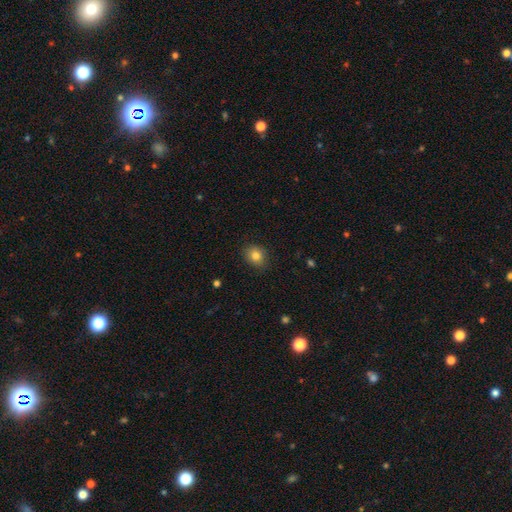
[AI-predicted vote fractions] smooth 82%, star or artifact 10%, featured or disk 8%. Down the decision tree: how rounded — round (59%); merging — none (88%).